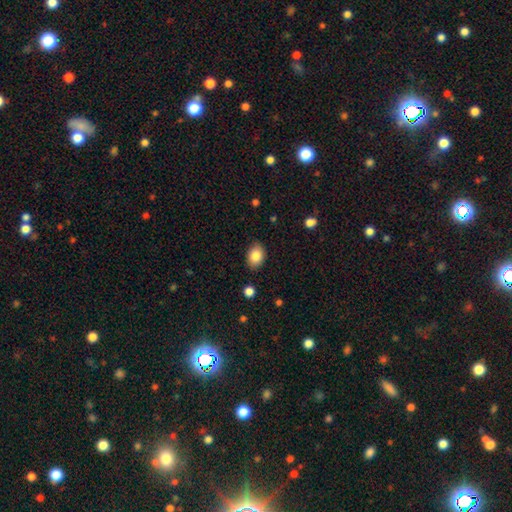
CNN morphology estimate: A smooth galaxy with no disk features (85%) that is in between round and cigar-shaped (76%). Merging: none (86%).